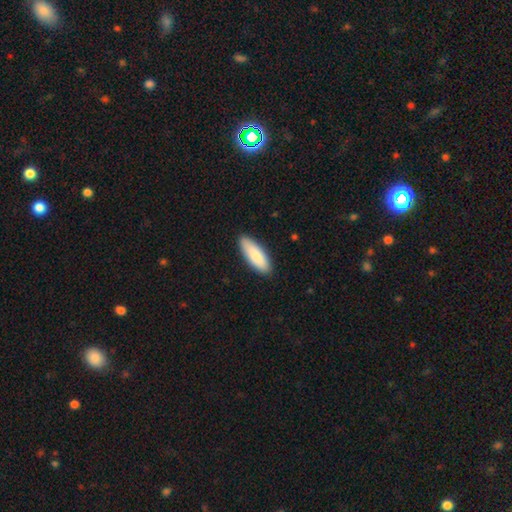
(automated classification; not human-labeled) Smooth or featured?
  - smooth: 86% *
  - featured or disk: 9%
  - star or artifact: 5%
How rounded?
  - in between: 63% *
  - cigar-shaped: 36%
  - round: 2%
Merging?
  - none: 88% *
  - minor disturbance: 9%
  - major disturbance: 2%
  - merger: 1%